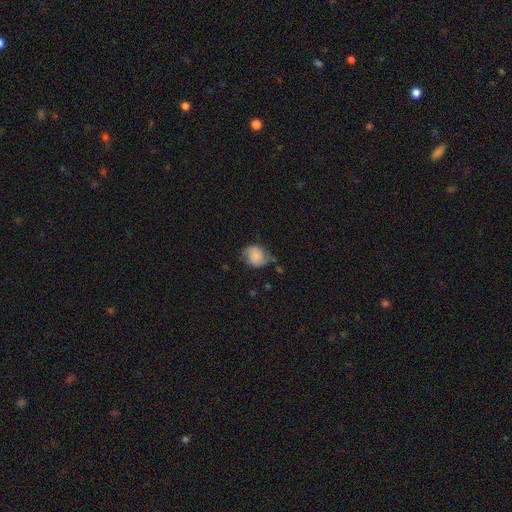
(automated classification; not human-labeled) Q: Smooth or featured?
A: smooth (66%); runner-up: featured or disk (25%)
Q: How rounded?
A: round (63%); runner-up: in between (36%)
Q: Merging?
A: none (54%); runner-up: minor disturbance (31%)